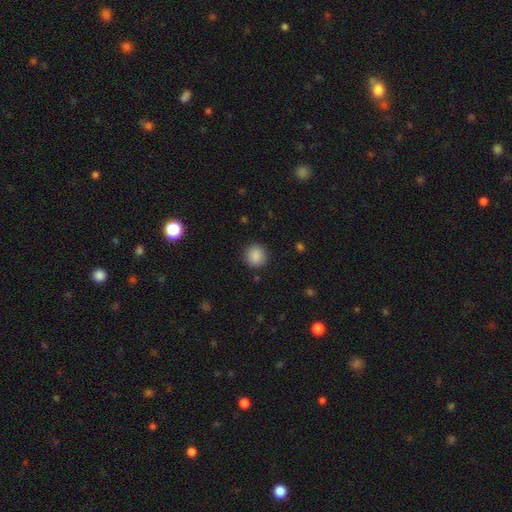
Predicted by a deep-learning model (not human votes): smooth_or_featured: smooth (p=0.88) [alt: star or artifact p=0.08]
how_rounded: round (p=0.90) [alt: in between p=0.09]
merging: none (p=0.90) [alt: minor disturbance p=0.07]